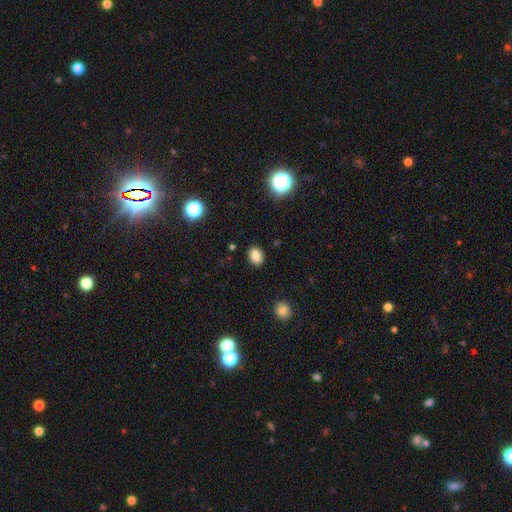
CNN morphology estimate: A smooth galaxy with no disk features (83%) that is in between round and cigar-shaped (65%). Merging: none (89%).